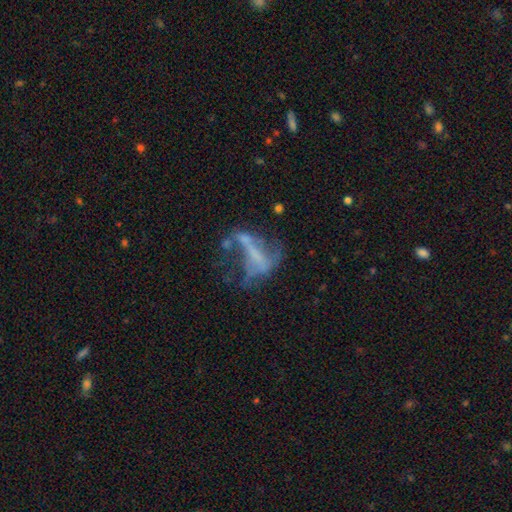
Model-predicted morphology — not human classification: Smooth or featured? featured or disk (58%)
Edge-on disk? no (91%)
Bar? no (53%)
Spiral arms? no (75%)
Bulge size? none (70%)
Merging? major disturbance (41%)